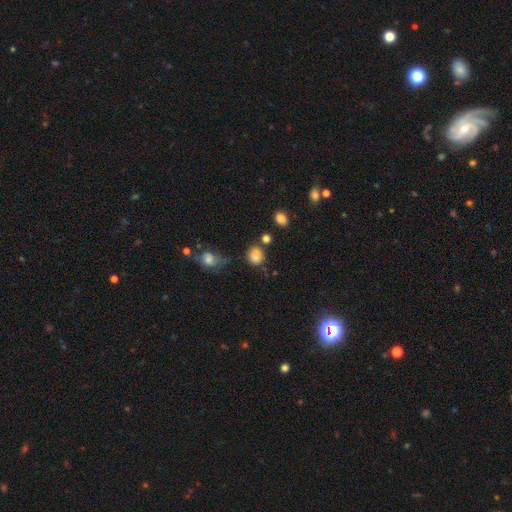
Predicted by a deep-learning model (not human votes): Smooth or featured: smooth — 82% (star or artifact — 12%)
How rounded: round — 70% (in between — 29%)
Merging: none — 64% (minor disturbance — 19%)